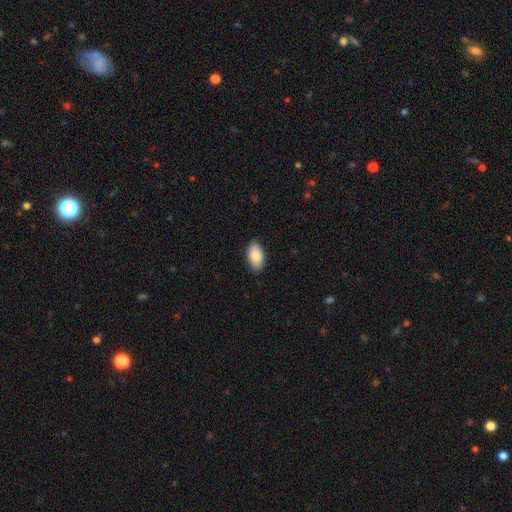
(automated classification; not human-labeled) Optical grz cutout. It shows a smooth galaxy with no disk features (86%) that is in between round and cigar-shaped (95%). Merging: none (87%).